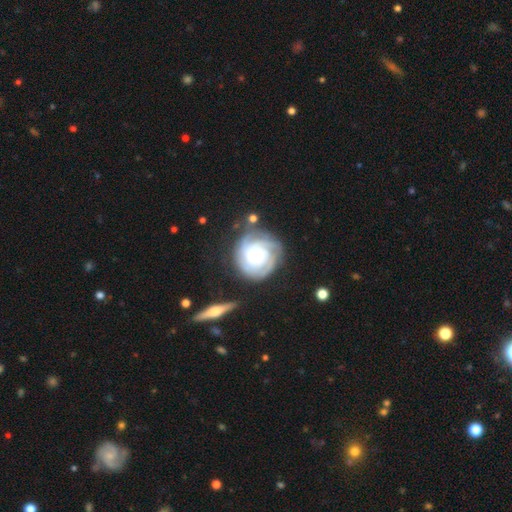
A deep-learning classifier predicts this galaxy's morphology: Smooth or featured?
  - featured or disk: 80% *
  - smooth: 15%
  - star or artifact: 5%
Edge-on disk?
  - no: 97% *
  - yes: 3%
Bar?
  - no: 79% *
  - weak: 17%
  - strong: 4%
Spiral arms?
  - yes: 93% *
  - no: 7%
Spiral winding?
  - tight: 78% *
  - medium: 17%
  - loose: 5%
Spiral arm count?
  - can't tell: 33% *
  - 3: 26%
  - 2: 19%
  - 4: 11%
  - 1: 6%
  - more than 4: 5%
Bulge size?
  - moderate: 47% *
  - small: 44%
  - large: 6%
  - none: 1%
  - dominant: 1%
Merging?
  - none: 67% *
  - minor disturbance: 20%
  - major disturbance: 9%
  - merger: 5%